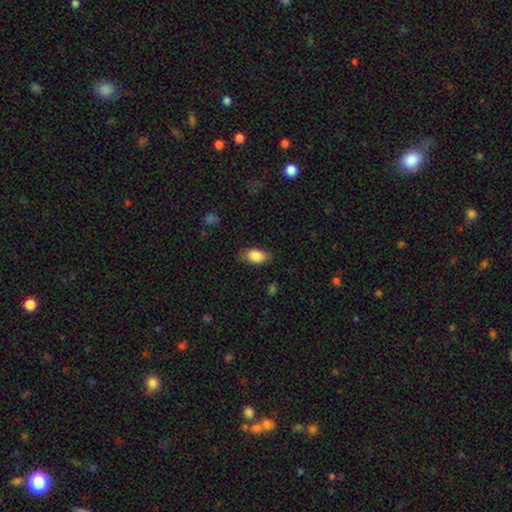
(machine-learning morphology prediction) Overall: smooth (86%). How rounded: in between (92%). Merging: none (80%).